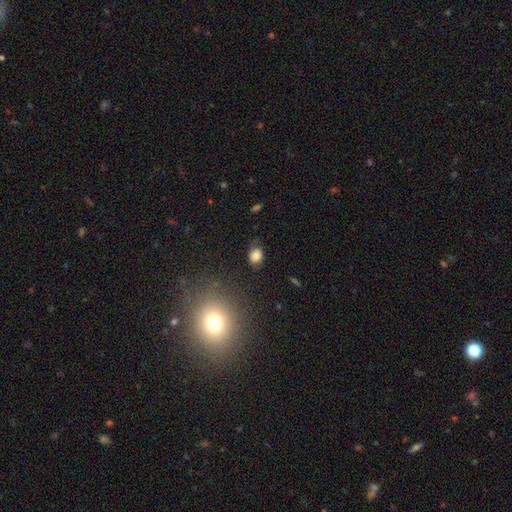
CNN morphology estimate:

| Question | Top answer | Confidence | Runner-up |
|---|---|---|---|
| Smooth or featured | smooth | 79% | star or artifact (12%) |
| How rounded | in between | 59% | round (40%) |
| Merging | none | 68% | minor disturbance (22%) |